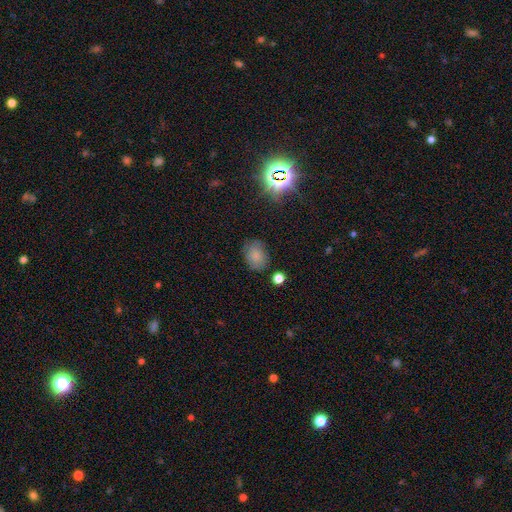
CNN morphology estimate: The model was most divided on "how rounded": in between: 62%, round: 36%, cigar-shaped: 1%. More confident: smooth or featured — smooth (74%); merging — none (74%).